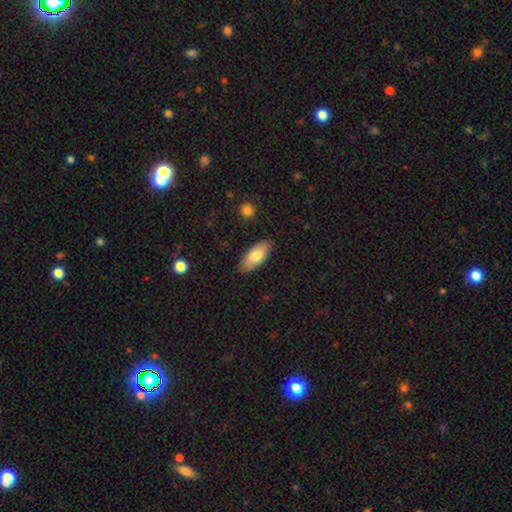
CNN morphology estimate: A smooth galaxy with no disk features (77%) that is in between round and cigar-shaped (87%). Merging: none (87%).